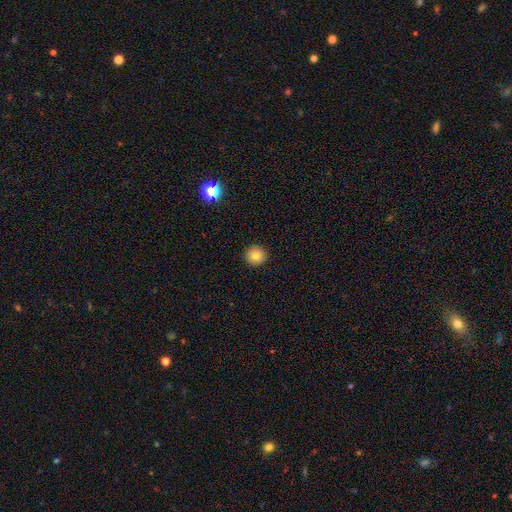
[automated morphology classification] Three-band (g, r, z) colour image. It shows a smooth galaxy with no disk features (84%) that is round (95%). Merging: none (92%).